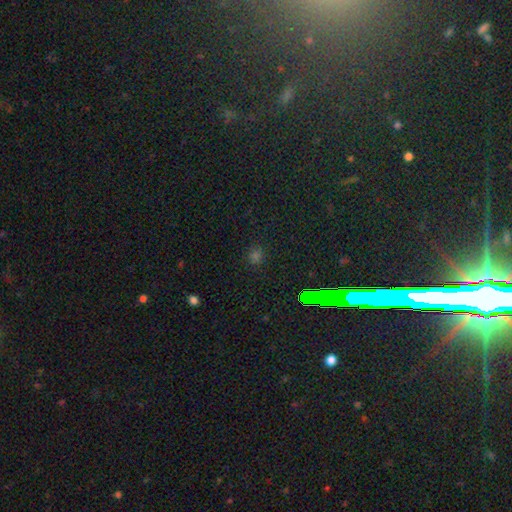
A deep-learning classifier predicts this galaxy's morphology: Smooth or featured? smooth (53%)
How rounded? round (83%)
Merging? none (87%)